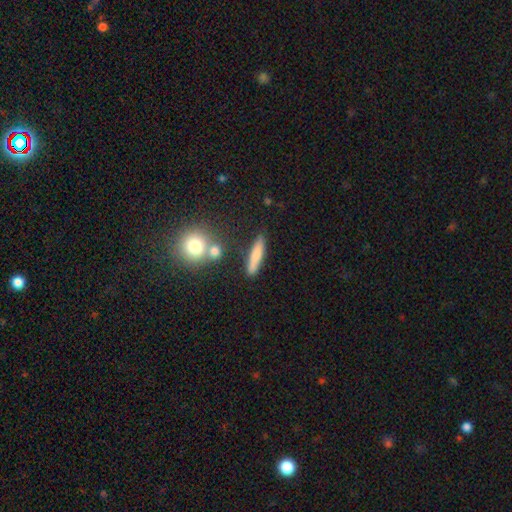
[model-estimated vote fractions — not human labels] smooth_or_featured: smooth (p=0.74) [alt: featured or disk p=0.18]
how_rounded: cigar-shaped (p=0.83) [alt: in between p=0.13]
merging: none (p=0.78) [alt: minor disturbance p=0.11]